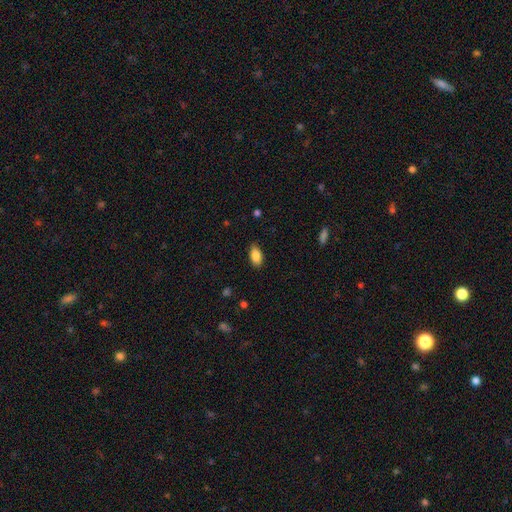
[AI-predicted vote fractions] Overall: smooth (86%). How rounded: in between (91%). Merging: none (84%).